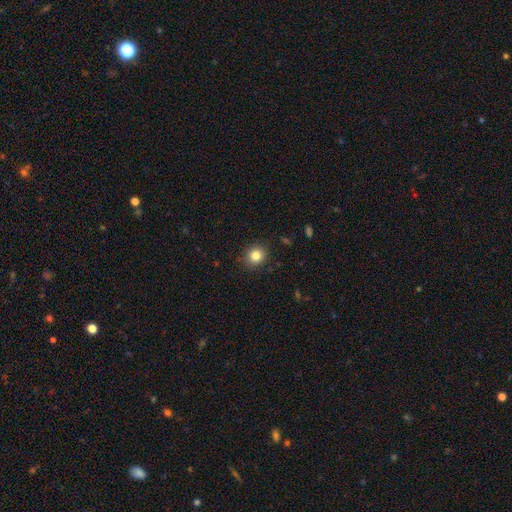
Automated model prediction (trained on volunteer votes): The model was most divided on "how rounded": round: 81%, in between: 18%, cigar-shaped: 1%. More confident: merging — none (89%); smooth or featured — smooth (82%).